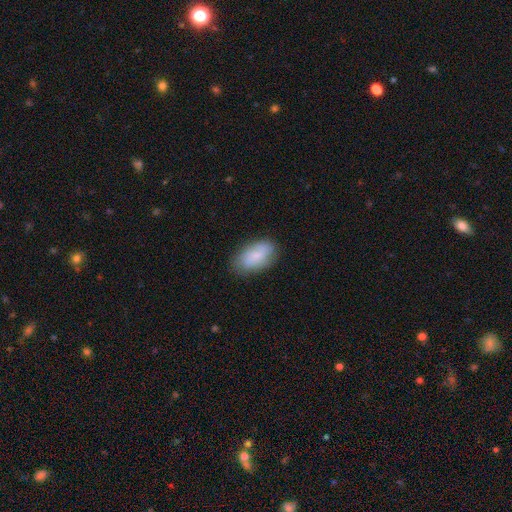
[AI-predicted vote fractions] Morphology: type=smooth (62%); roundness=in between (91%); merging=none (78%).